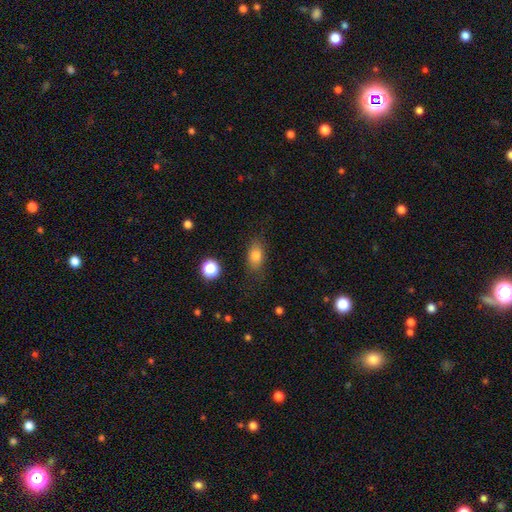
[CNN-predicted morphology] This appears to be a smooth galaxy with no disk features (80%) that is in between round and cigar-shaped (83%). Merging: none (77%).